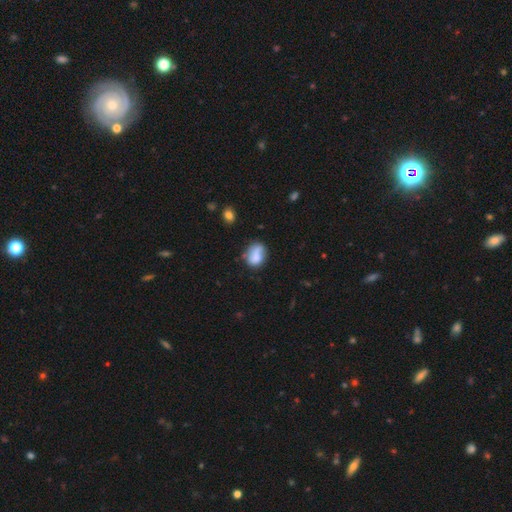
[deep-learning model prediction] smooth-or-featured: smooth: 70% | featured or disk: 21% | star or artifact: 9%
  how-rounded: in between: 63% | round: 35% | cigar-shaped: 2%
  merging: none: 45% | minor disturbance: 28% | merger: 15% | major disturbance: 13%